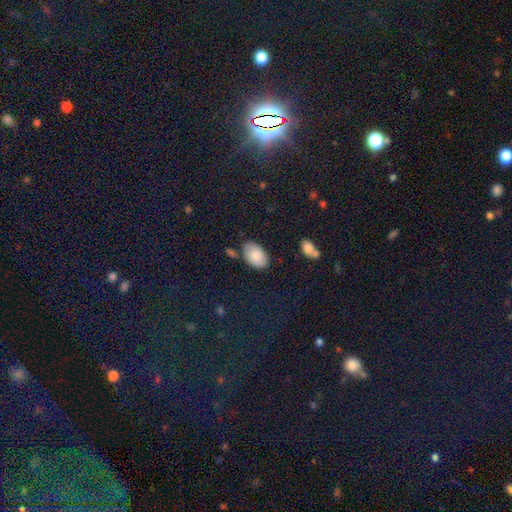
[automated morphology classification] Smooth or featured? smooth (85%)
How rounded? in between (94%)
Merging? none (73%)